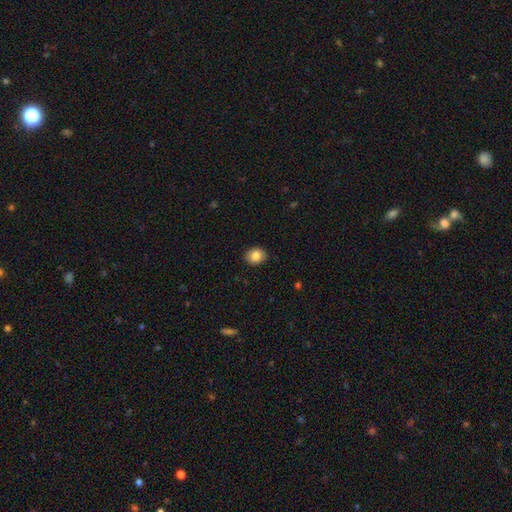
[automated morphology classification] smooth_or_featured: smooth (p=0.85) [alt: star or artifact p=0.08]
how_rounded: round (p=0.50) [alt: in between p=0.49]
merging: none (p=0.89) [alt: minor disturbance p=0.08]